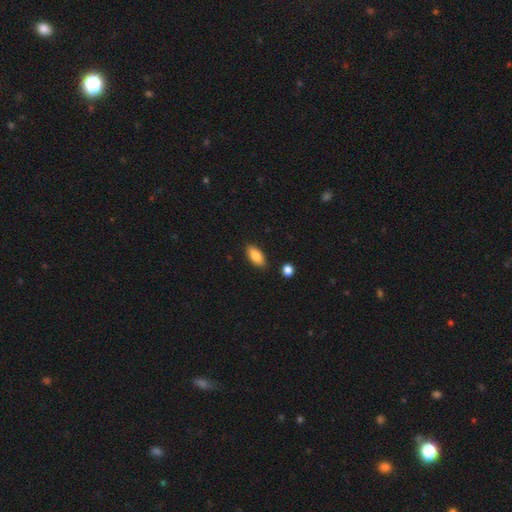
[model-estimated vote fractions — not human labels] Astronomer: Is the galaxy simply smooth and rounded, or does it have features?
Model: smooth — 87%.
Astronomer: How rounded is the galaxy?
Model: in between — 89%.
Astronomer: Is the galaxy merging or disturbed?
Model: none — 86%.